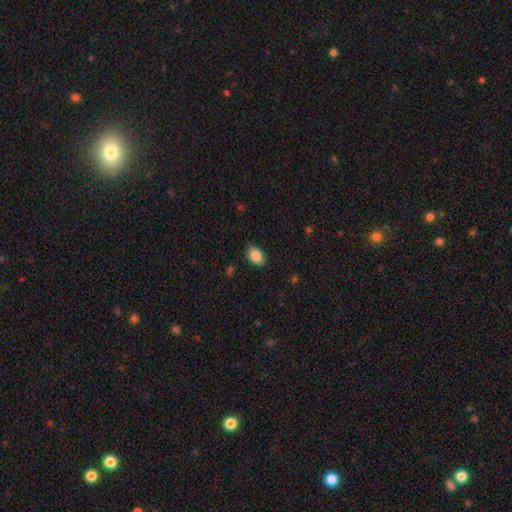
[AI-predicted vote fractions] smooth 87%, star or artifact 8%, featured or disk 5%. Down the decision tree: how rounded — in between (84%); merging — none (87%).